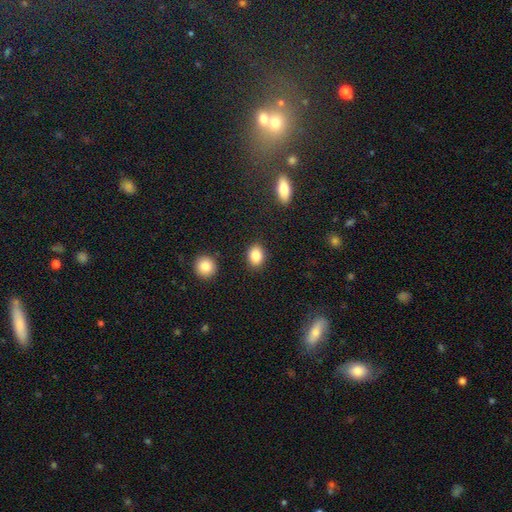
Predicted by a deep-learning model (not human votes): A smooth galaxy with no disk features (85%) that is in between round and cigar-shaped (60%). Merging: none (87%).